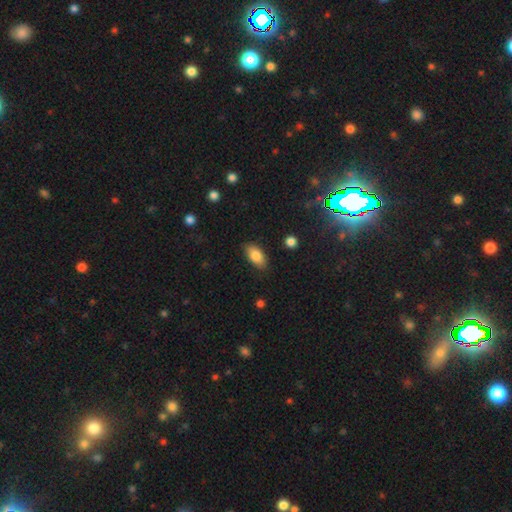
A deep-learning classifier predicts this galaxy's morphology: This appears to be a smooth galaxy with no disk features (83%) that is in between round and cigar-shaped (91%). Merging: none (85%).